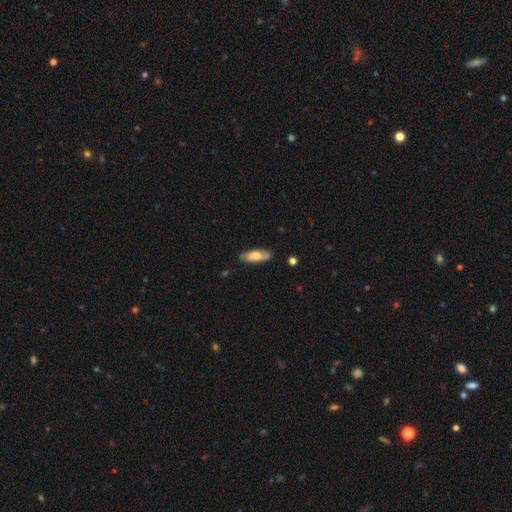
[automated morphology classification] This is likely a smooth galaxy (67%). How rounded: likely in between (61%). Merging: clearly none (84%).